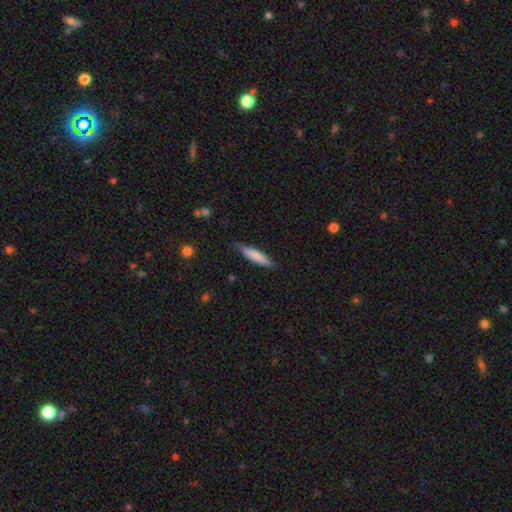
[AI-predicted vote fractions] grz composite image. It shows a smooth galaxy with no disk features (73%) that is cigar-shaped (84%). Merging: none (72%).